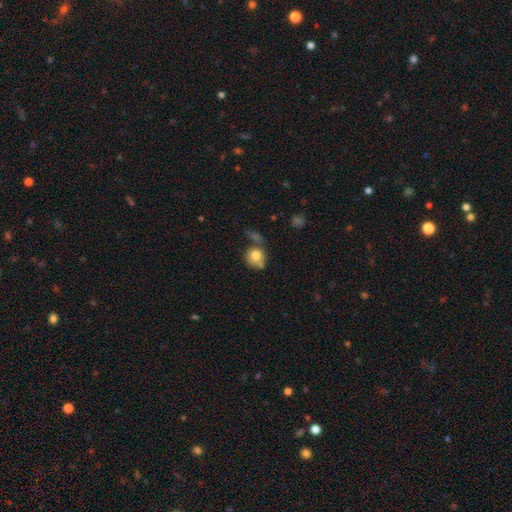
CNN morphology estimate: smooth-or-featured: smooth: 77% | featured or disk: 14% | star or artifact: 9%
  how-rounded: round: 78% | in between: 21% | cigar-shaped: 1%
  merging: none: 46% | merger: 26% | minor disturbance: 19% | major disturbance: 9%